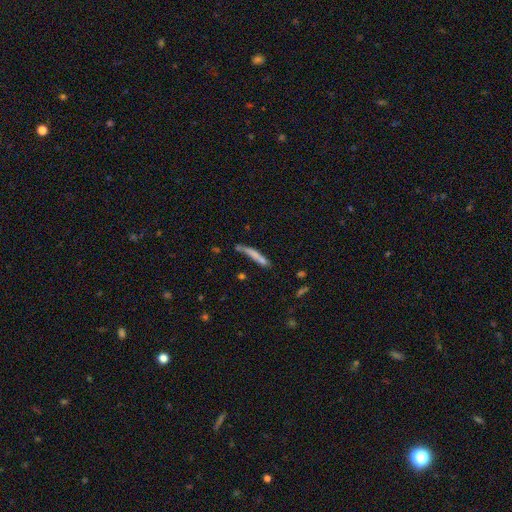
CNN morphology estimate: Smooth or featured: smooth — 67% (featured or disk — 25%)
How rounded: cigar-shaped — 91% (in between — 7%)
Merging: none — 55% (minor disturbance — 22%)